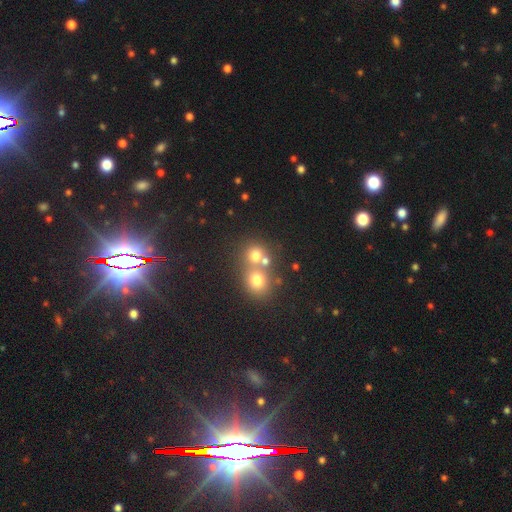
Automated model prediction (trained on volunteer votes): Smooth or featured?
  - smooth: 69% *
  - star or artifact: 17%
  - featured or disk: 14%
How rounded?
  - round: 82% *
  - in between: 17%
  - cigar-shaped: 1%
Merging?
  - merger: 46% *
  - none: 44%
  - minor disturbance: 7%
  - major disturbance: 3%